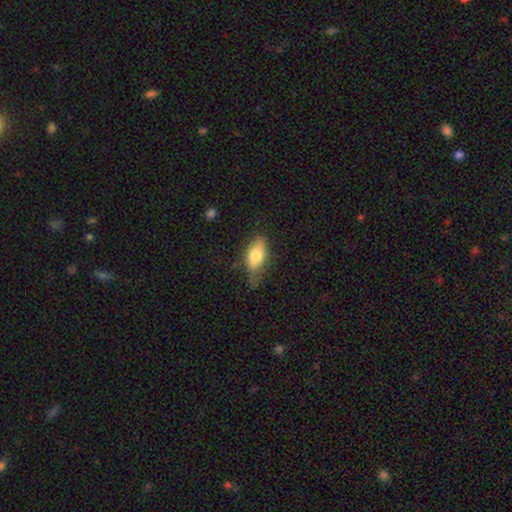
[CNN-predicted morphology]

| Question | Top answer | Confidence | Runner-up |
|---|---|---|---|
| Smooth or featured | smooth | 76% | featured or disk (18%) |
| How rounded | in between | 86% | cigar-shaped (11%) |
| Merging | none | 47% | minor disturbance (36%) |